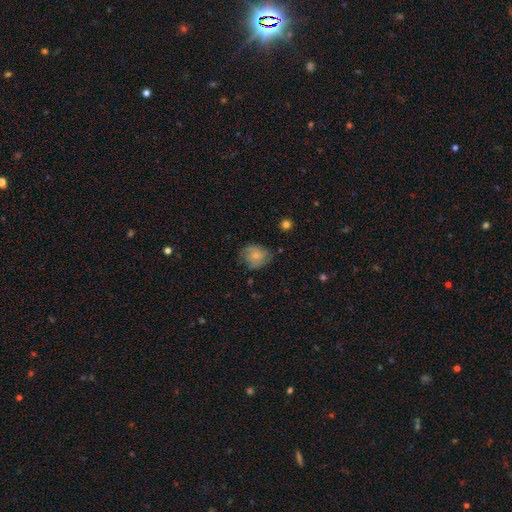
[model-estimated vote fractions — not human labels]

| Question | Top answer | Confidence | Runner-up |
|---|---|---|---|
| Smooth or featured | smooth | 57% | featured or disk (34%) |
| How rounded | round | 62% | in between (37%) |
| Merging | none | 56% | minor disturbance (29%) |